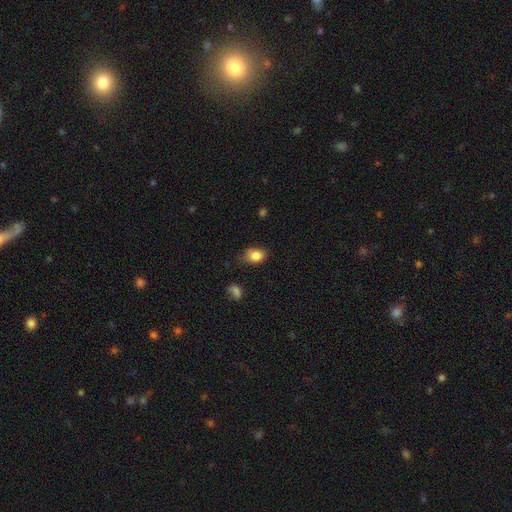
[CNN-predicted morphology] This appears to be a smooth galaxy with no disk features (84%) that is in between round and cigar-shaped (70%). Merging: none (67%).